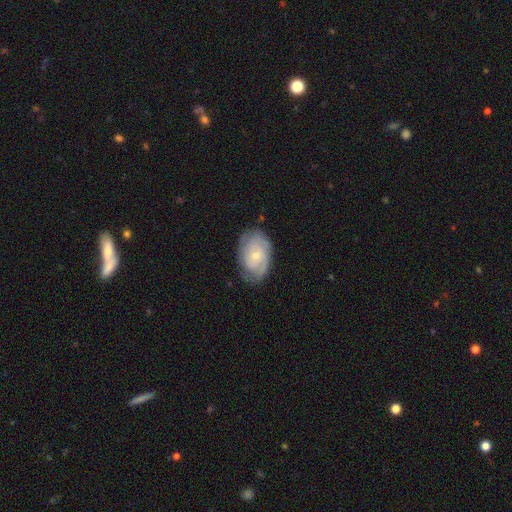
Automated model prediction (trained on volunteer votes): smooth-or-featured: featured or disk: 67% | smooth: 27% | star or artifact: 6%
  disk-edge-on: no: 96% | yes: 4%
    bar: no: 63% | weak: 32% | strong: 5%
    has-spiral-arms: yes: 88% | no: 12%
      spiral-winding: tight: 55% | medium: 34% | loose: 11%
      spiral-arm-count: can't tell: 36% (tied) | 2: 36% (tied) | 3: 15% | 1: 5% | 4: 4% | more than 4: 3%
    bulge-size: small: 67% | moderate: 28% | none: 3% | large: 1% | dominant: 1%
  merging: none: 71% | minor disturbance: 22% | major disturbance: 6% | merger: 1%